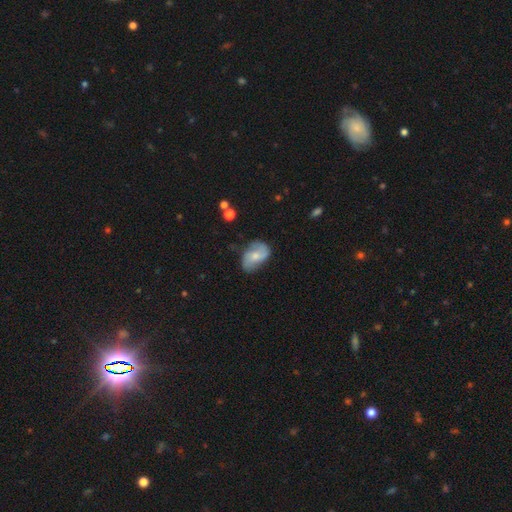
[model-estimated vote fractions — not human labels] The model was most divided on "bulge size": moderate: 45%, small: 44%, none: 6%, large: 3%, dominant: 1%. More confident: edge-on disk — no (97%); spiral arms — yes (87%); merging — none (61%); smooth or featured — featured or disk (59%); bar — no (57%).